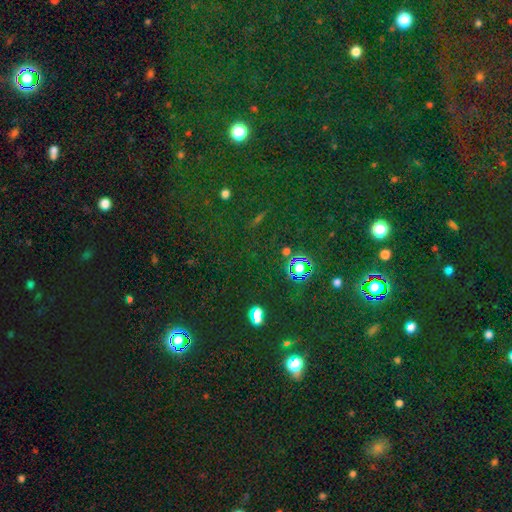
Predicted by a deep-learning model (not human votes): smooth_or_featured: star or artifact (p=0.81) [alt: smooth p=0.12]